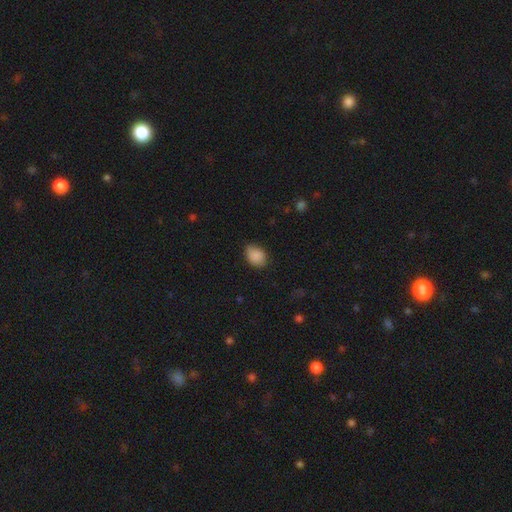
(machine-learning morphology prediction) Smooth or featured: smooth — 87% (star or artifact — 8%)
How rounded: in between — 67% (round — 32%)
Merging: none — 67% (minor disturbance — 27%)